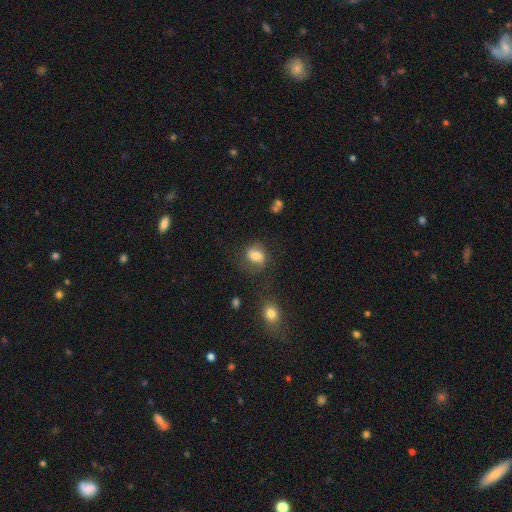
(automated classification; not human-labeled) Smooth or featured? smooth (67%)
How rounded? in between (52%)
Merging? none (62%)